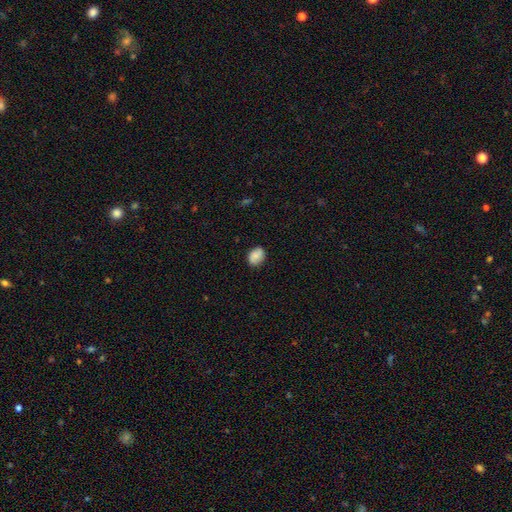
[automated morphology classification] Overall: smooth (83%). How rounded: in between (63%; round 36%). Merging: none (81%).